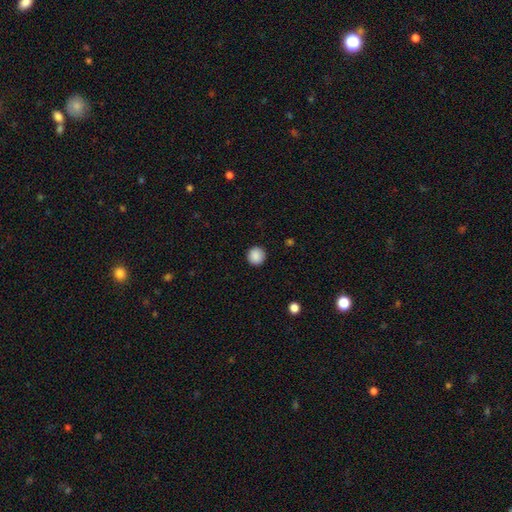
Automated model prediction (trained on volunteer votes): smooth-or-featured: smooth: 89% | star or artifact: 8% | featured or disk: 3%
  how-rounded: round: 95% | in between: 4% | cigar-shaped: 1%
  merging: none: 93% | minor disturbance: 5% | major disturbance: 2% | merger: 1%